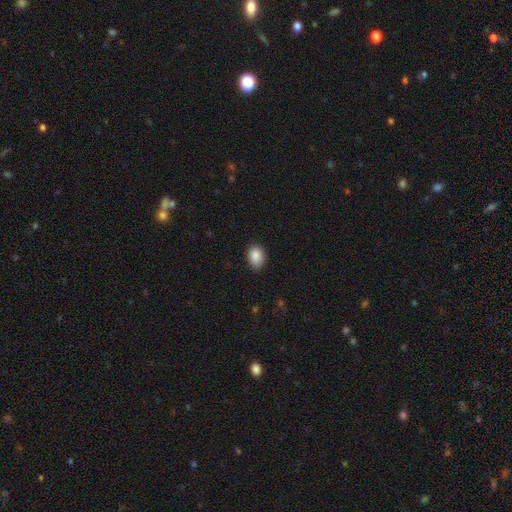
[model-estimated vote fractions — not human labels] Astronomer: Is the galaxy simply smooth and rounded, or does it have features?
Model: smooth — 87%.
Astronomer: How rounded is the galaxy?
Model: in between — 73%.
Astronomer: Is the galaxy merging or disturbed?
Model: none — 83%.